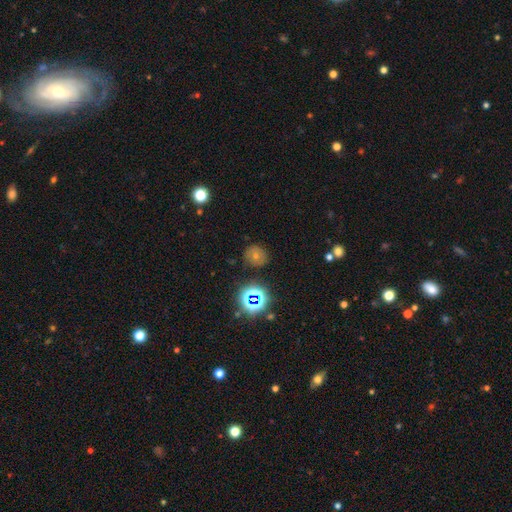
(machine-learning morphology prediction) Smooth or featured? Predicted: smooth (p=0.58). How rounded? Predicted: round (p=0.85). Merging? Predicted: none (p=0.81).